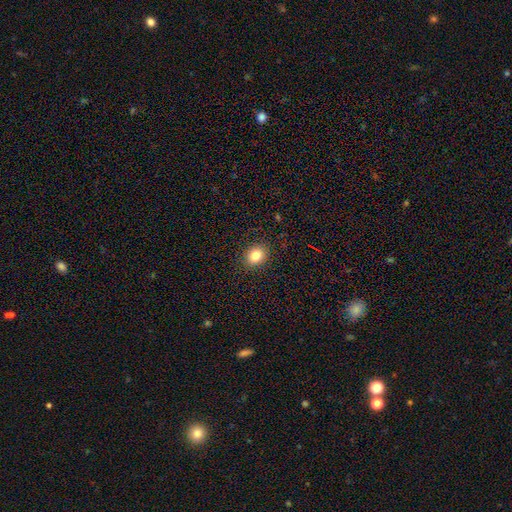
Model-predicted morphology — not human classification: The model was most divided on "how rounded": round: 51%, in between: 48%, cigar-shaped: 1%. More confident: merging — none (89%); smooth or featured — smooth (84%).